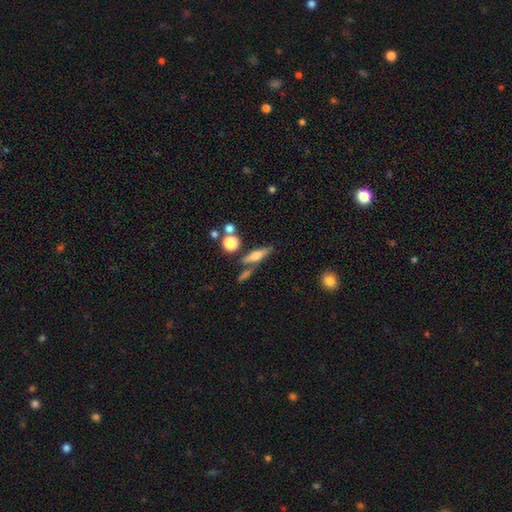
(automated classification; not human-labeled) Smooth or featured: smooth — 46% (featured or disk — 44%)
Merging: none — 66% (merger — 17%)